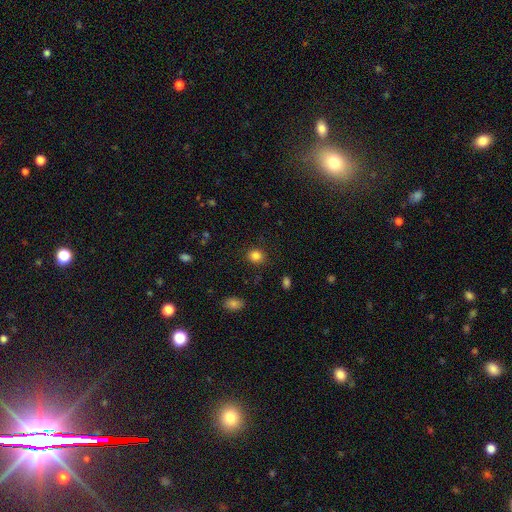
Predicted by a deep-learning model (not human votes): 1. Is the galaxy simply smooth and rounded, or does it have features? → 84% smooth, 11% star or artifact, 5% featured or disk.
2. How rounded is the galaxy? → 73% round, 26% in between, 1% cigar-shaped.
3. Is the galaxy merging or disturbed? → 87% none, 9% minor disturbance, 3% major disturbance, 1% merger.